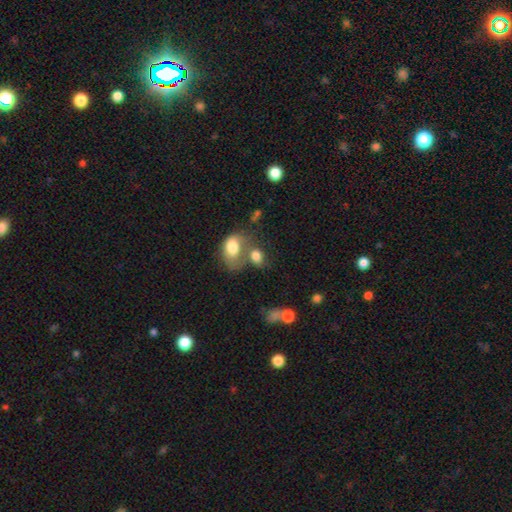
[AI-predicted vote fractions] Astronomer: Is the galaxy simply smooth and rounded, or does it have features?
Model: smooth — 77%.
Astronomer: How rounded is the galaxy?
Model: in between — 71%.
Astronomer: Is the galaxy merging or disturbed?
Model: merger — 50% (runner-up: none, 28%).